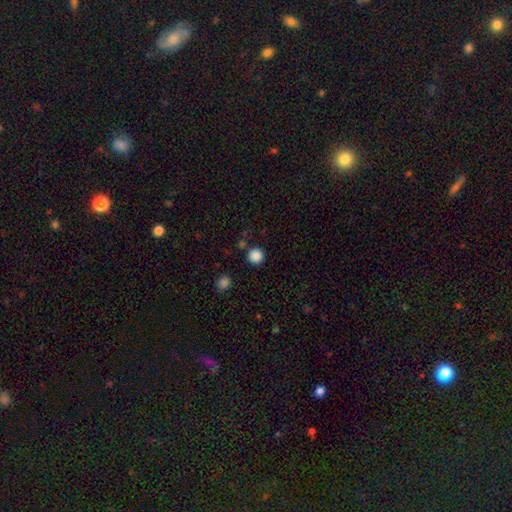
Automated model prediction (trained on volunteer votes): smooth-or-featured: smooth: 86% | star or artifact: 11% | featured or disk: 3%
  how-rounded: round: 95% | in between: 4% | cigar-shaped: 1%
  merging: none: 87% | minor disturbance: 6% | merger: 4% | major disturbance: 3%